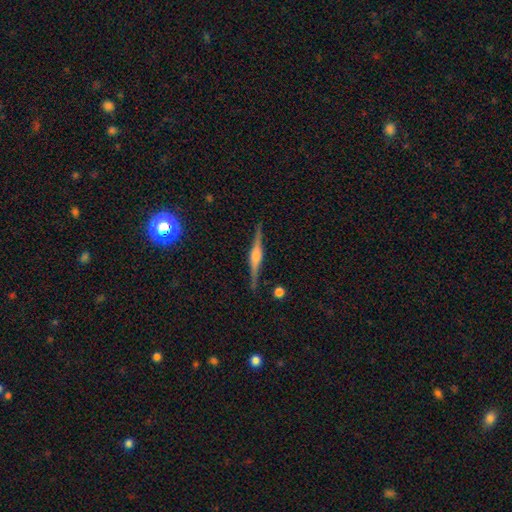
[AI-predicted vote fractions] smooth-or-featured: featured or disk: 82% | smooth: 11% | star or artifact: 7%
  disk-edge-on: yes: 98% | no: 2%
    edge-on-bulge: rounded: 77% | boxy: 18% | none: 4%
  merging: none: 90% | minor disturbance: 7% | major disturbance: 2% | merger: 1%